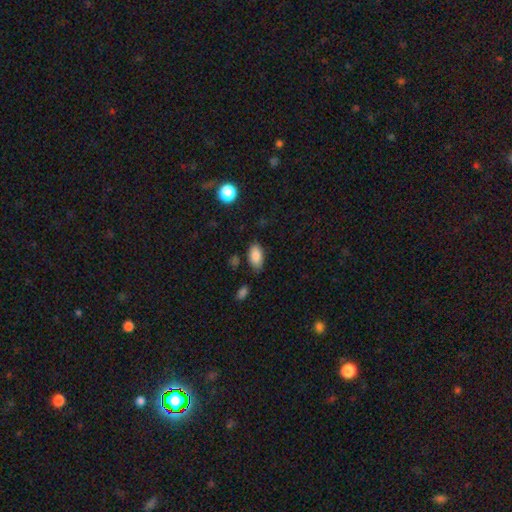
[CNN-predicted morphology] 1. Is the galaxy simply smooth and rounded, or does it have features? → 86% smooth, 8% star or artifact, 7% featured or disk.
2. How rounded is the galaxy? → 93% in between, 4% cigar-shaped, 3% round.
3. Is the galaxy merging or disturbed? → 80% none, 14% minor disturbance, 3% major disturbance, 3% merger.